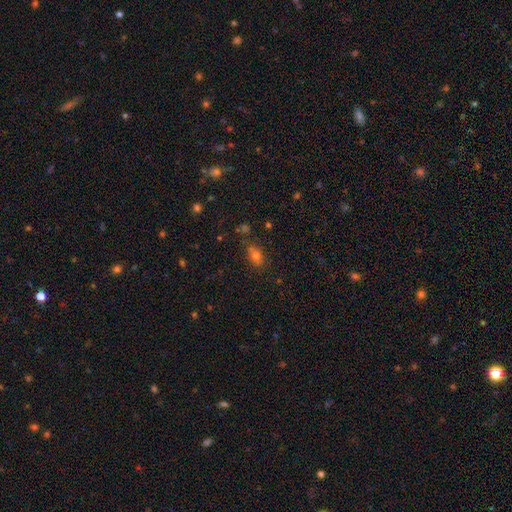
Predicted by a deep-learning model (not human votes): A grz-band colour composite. It shows a smooth galaxy with no disk features (71%) that is in between round and cigar-shaped (77%). Merging: none (74%).